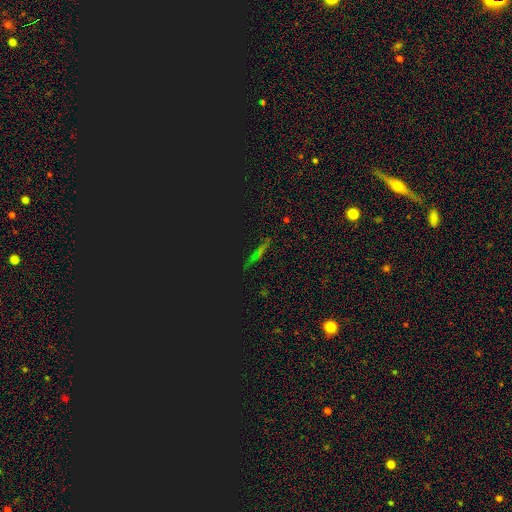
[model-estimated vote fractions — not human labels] A star or artifact, not a galaxy (57%).